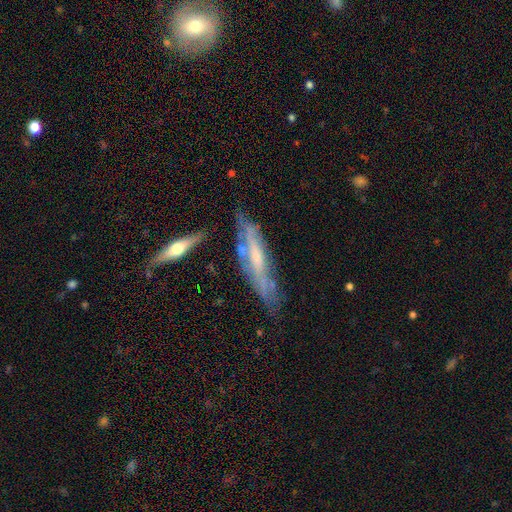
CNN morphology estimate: Smooth or featured?
  - featured or disk: 65% *
  - smooth: 28%
  - star or artifact: 7%
Edge-on disk?
  - yes: 69% *
  - no: 31%
Merging?
  - none: 59% *
  - minor disturbance: 25%
  - major disturbance: 8%
  - merger: 8%